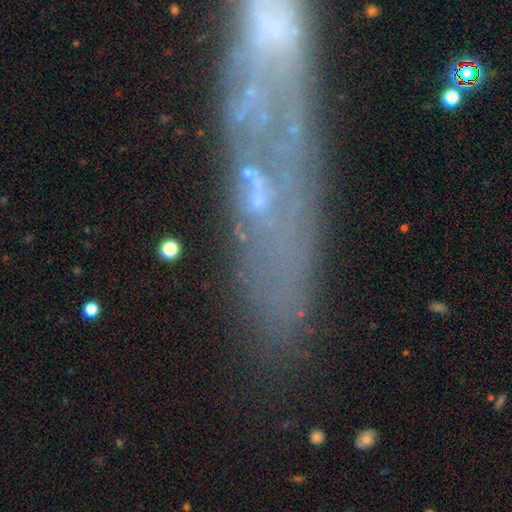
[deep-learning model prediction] featured or disk 55%, smooth 26%, star or artifact 19%. Down the decision tree: edge-on disk — no (64%); merging — none (68%).